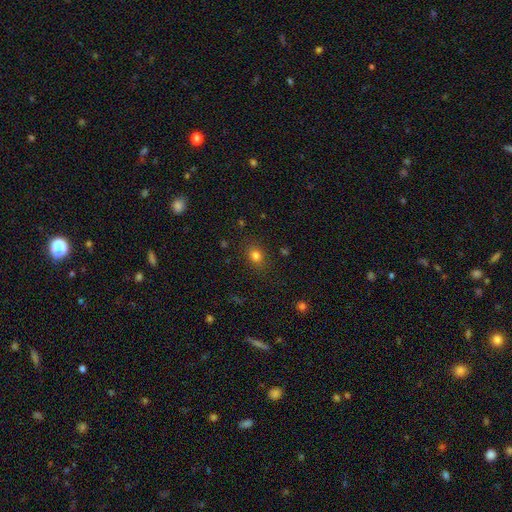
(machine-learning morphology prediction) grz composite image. It shows a smooth galaxy with no disk features (79%) that is round (57%). Merging: none (85%).